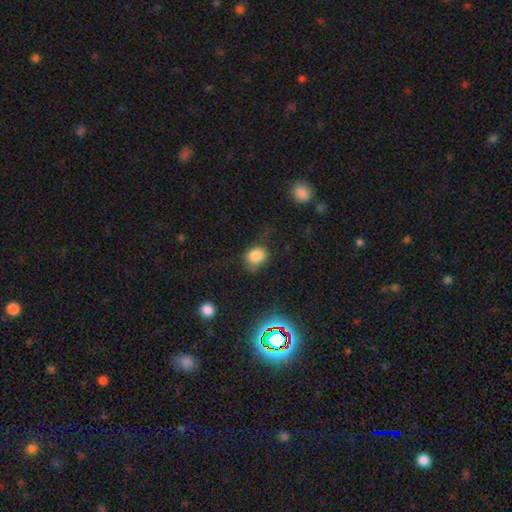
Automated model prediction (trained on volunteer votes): The model was most divided on "how rounded": round: 52%, in between: 47%, cigar-shaped: 1%. More confident: smooth or featured — smooth (81%); merging — none (56%).